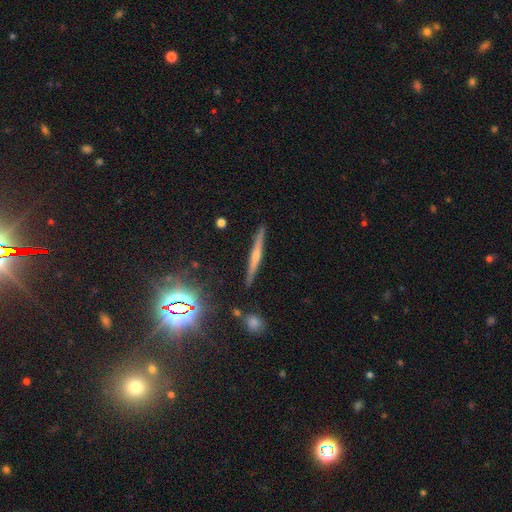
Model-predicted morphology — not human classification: This is likely a featured or disk galaxy (62%). It is clearly viewed edge-on (97%). Edge-on bulge: likely rounded (73%). Merging: clearly none (90%).